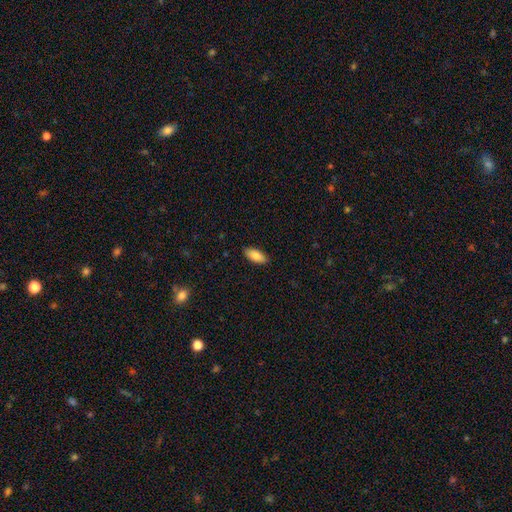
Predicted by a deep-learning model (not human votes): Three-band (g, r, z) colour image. It shows a smooth galaxy with no disk features (85%) that is in between round and cigar-shaped (86%). Merging: none (89%).